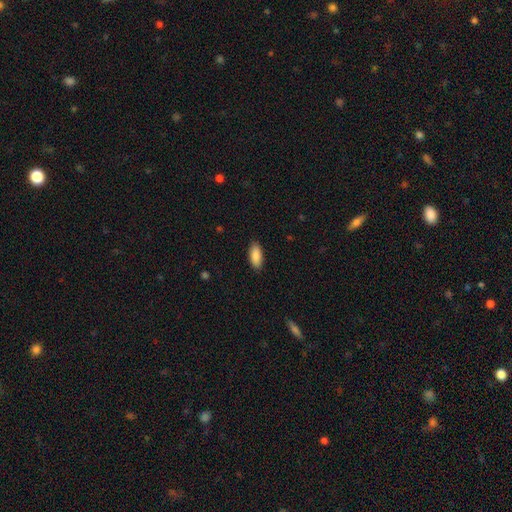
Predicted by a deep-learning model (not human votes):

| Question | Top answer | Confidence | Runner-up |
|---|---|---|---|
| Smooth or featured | smooth | 89% | star or artifact (6%) |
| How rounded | in between | 86% | cigar-shaped (13%) |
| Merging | none | 89% | minor disturbance (8%) |